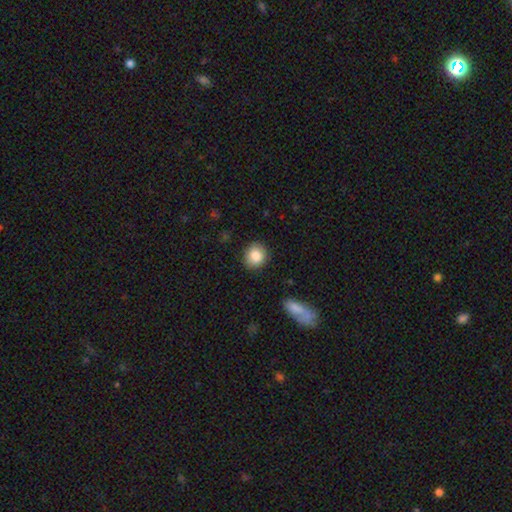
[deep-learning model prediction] Overall: smooth (85%). How rounded: round (83%). Merging: none (89%).